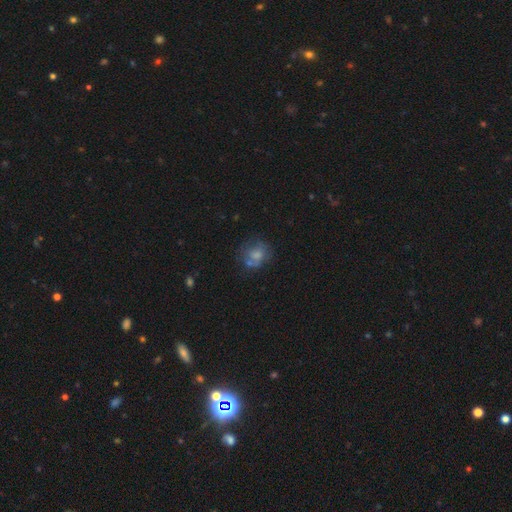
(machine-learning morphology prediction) This appears to be a smooth galaxy with no disk features (54%) that is round (66%). Merging: none (49%).